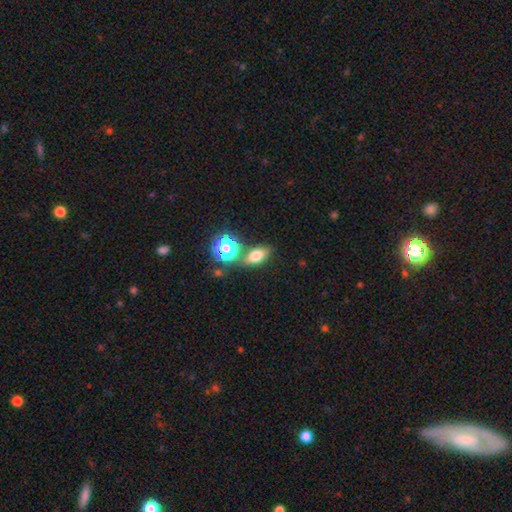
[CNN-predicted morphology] smooth_or_featured: smooth (p=0.69) [alt: star or artifact p=0.17]
how_rounded: in between (p=0.71) [alt: round p=0.20]
merging: none (p=0.66) [alt: merger p=0.17]